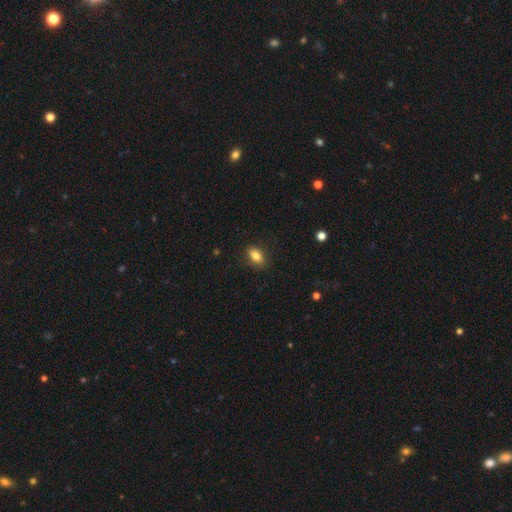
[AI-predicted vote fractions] This appears to be a smooth galaxy with no disk features (83%) that is in between round and cigar-shaped (86%). Merging: none (84%).